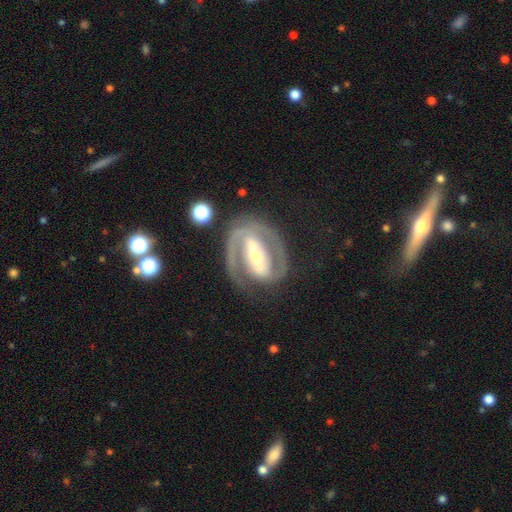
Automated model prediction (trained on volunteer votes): A featured or disk galaxy (88%) with a strong bar (66%), 2 (79%) tight (53%) spiral arms (91%) and a moderate central bulge (46%, tied with small).

Vote fractions:
- Smooth or featured? featured or disk: 88% / smooth: 7% / star or artifact: 5%
- Edge-on disk? no: 95% / yes: 5%
- Bar? strong: 66% / weak: 23% / no: 11%
- Spiral arms? yes: 91% / no: 9%
- Spiral winding? tight: 53% / medium: 37% / loose: 10%
- Spiral arm count? 2: 79% / 1: 10% / can't tell: 6% / 3: 2% / 4: 1% / more than 4: 1%
- Bulge size? moderate: 46% (tied) / small: 46% (tied) / large: 5% / none: 2% / dominant: 1%
- Merging? none: 71% / minor disturbance: 15% / major disturbance: 11% / merger: 3%